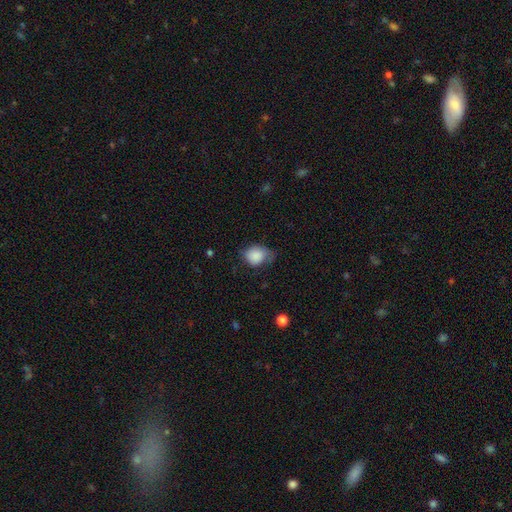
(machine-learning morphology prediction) smooth-or-featured: smooth: 84% | featured or disk: 8% | star or artifact: 8%
  how-rounded: round: 52% | in between: 47% | cigar-shaped: 1%
  merging: minor disturbance: 41% | none: 40% | major disturbance: 16% | merger: 2%